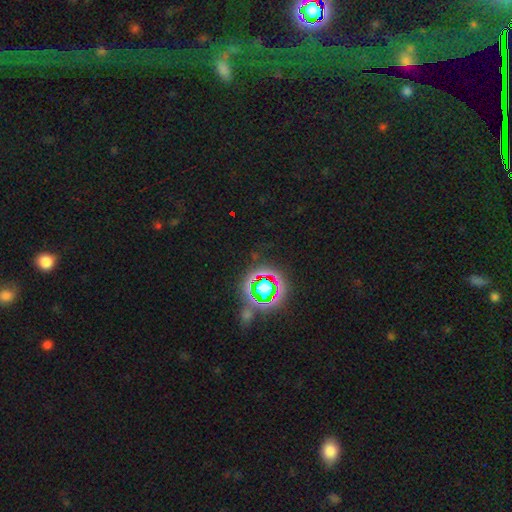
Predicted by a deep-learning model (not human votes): star or artifact 80%, smooth 13%, featured or disk 7%.